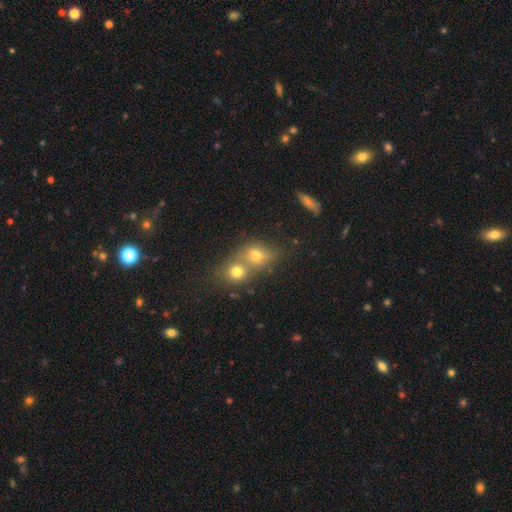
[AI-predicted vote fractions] Morphology: type=smooth (60%); roundness=round (64%); merging=merger (56%).